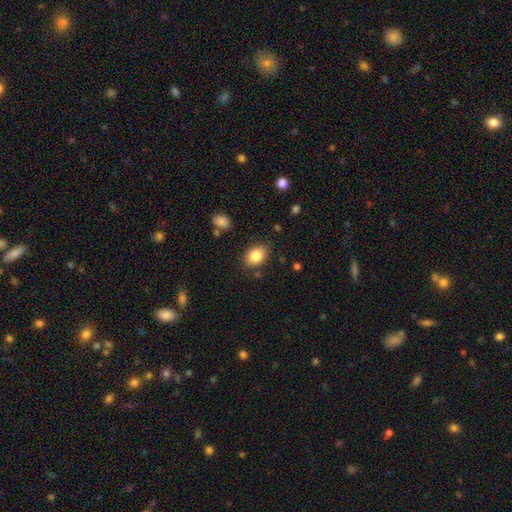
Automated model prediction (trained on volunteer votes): Smooth or featured? Predicted: smooth (p=0.85). How rounded? Predicted: in between (p=0.72). Merging? Predicted: none (p=0.83).